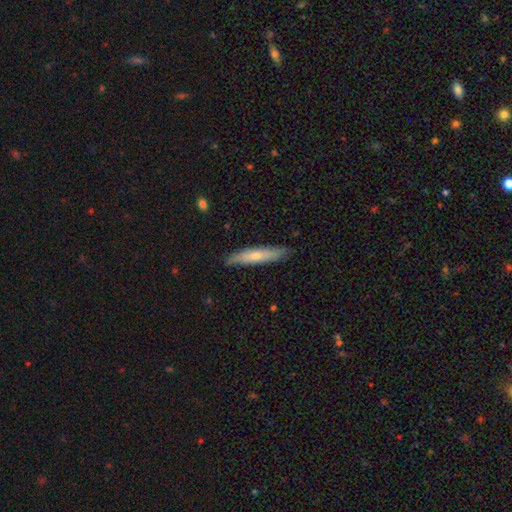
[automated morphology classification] This appears to be a smooth galaxy with no disk features (58%) that is cigar-shaped (87%). Merging: none (83%).